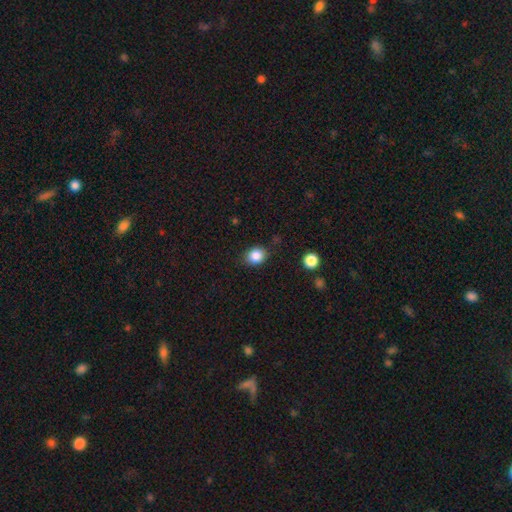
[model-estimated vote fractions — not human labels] Morphology: type=smooth (86%); roundness=round (59%); merging=none (84%).